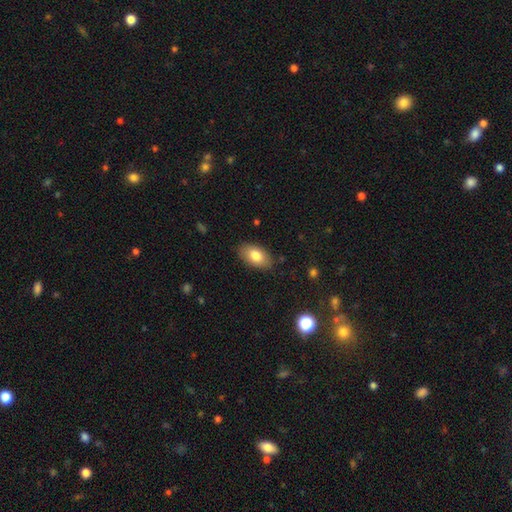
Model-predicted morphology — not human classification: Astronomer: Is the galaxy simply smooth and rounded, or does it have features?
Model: smooth — 80%.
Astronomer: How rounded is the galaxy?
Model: in between — 93%.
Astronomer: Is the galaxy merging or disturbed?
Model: none — 85%.